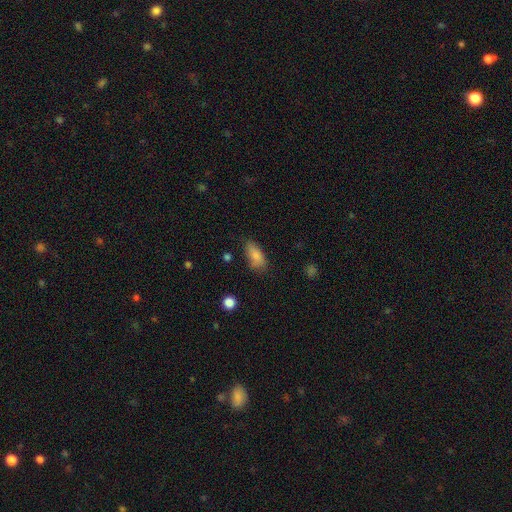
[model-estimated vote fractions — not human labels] This appears to be a smooth galaxy with no disk features (83%) that is in between round and cigar-shaped (87%). Merging: none (67%).